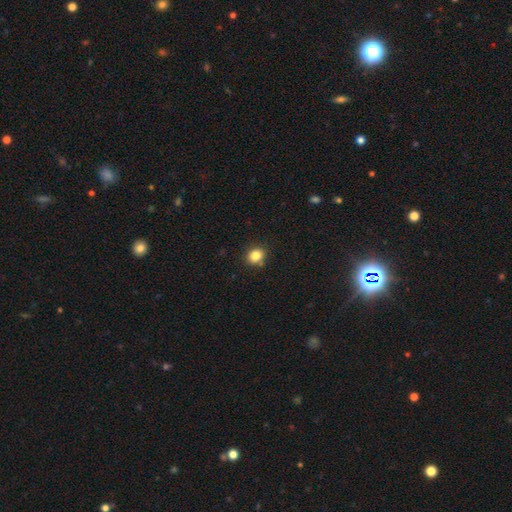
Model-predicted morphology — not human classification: Smooth or featured?
  - smooth: 83% *
  - star or artifact: 11%
  - featured or disk: 6%
How rounded?
  - round: 64% *
  - in between: 35%
  - cigar-shaped: 1%
Merging?
  - none: 81% *
  - minor disturbance: 12%
  - merger: 4%
  - major disturbance: 3%